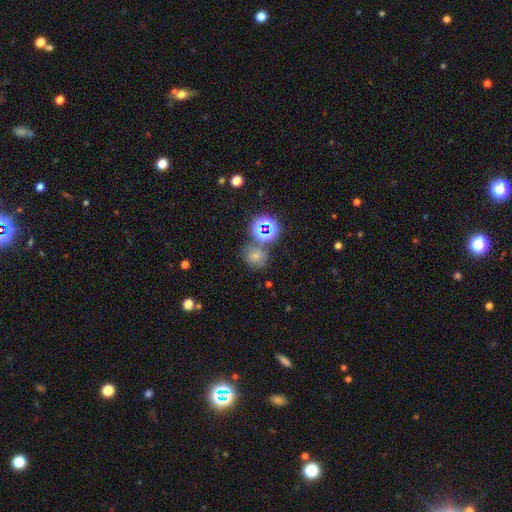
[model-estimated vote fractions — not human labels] Morphology: type=smooth (60%); roundness=round (79%); merging=none (61%).